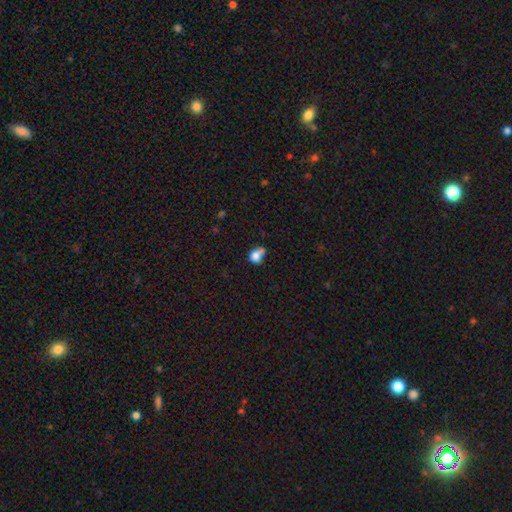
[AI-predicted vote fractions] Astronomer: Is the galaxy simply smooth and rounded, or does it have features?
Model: smooth — 76%.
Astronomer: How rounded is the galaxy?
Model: round — 54% (runner-up: in between, 44%).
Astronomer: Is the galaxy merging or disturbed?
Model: merger — 37% (runner-up: none, 29%).